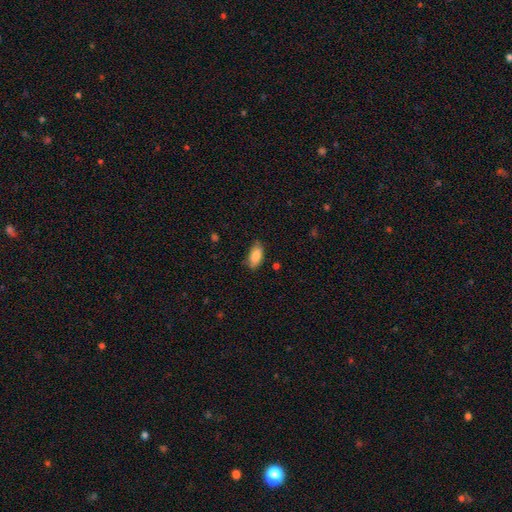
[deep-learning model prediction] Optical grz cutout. It shows a smooth galaxy with no disk features (86%) that is in between round and cigar-shaped (91%). Merging: none (74%).